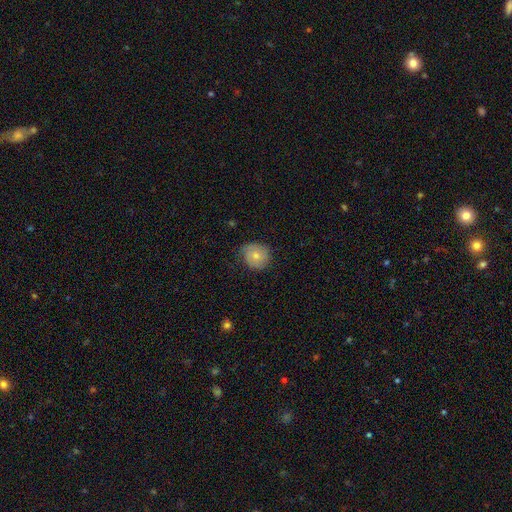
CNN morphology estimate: Q: Smooth or featured?
A: smooth (63%); runner-up: featured or disk (30%)
Q: How rounded?
A: round (78%); runner-up: in between (21%)
Q: Merging?
A: none (70%); runner-up: minor disturbance (24%)